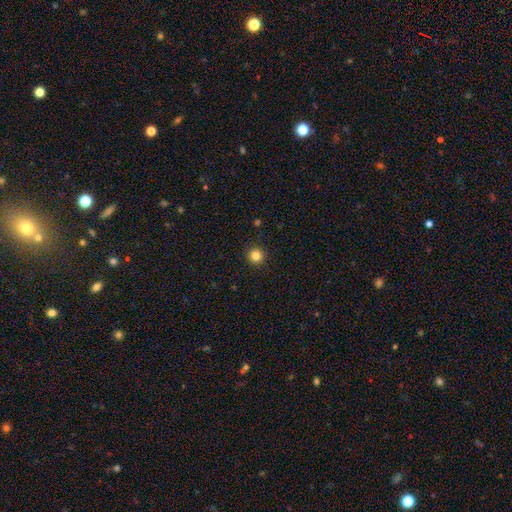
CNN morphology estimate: Smooth or featured: smooth — 84% (star or artifact — 12%)
How rounded: round — 95% (in between — 4%)
Merging: none — 93% (minor disturbance — 5%)